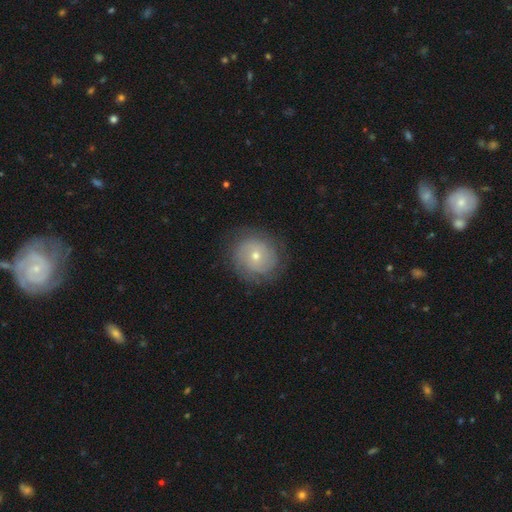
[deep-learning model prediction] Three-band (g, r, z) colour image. It shows a featured or disk galaxy (63%) with no bar (79%), tight (66%) spiral arms (84%) and a small central bulge (59%). Merging: none (82%).